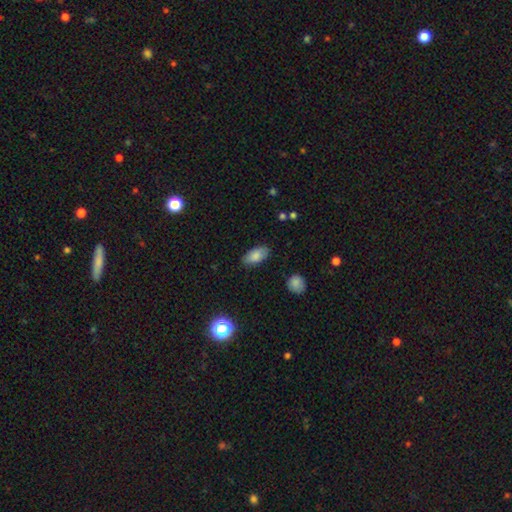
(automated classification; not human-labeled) The model was most divided on "merging": none: 85%, minor disturbance: 12%, major disturbance: 2%, merger: 1%. More confident: how rounded — in between (92%); smooth or featured — smooth (84%).